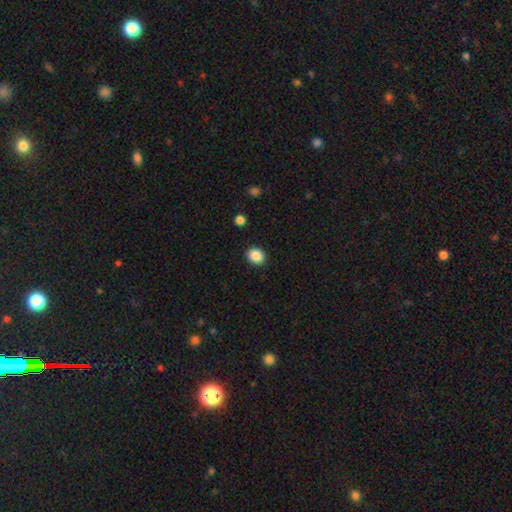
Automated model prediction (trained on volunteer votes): This appears to be a smooth galaxy with no disk features (88%) that is round (68%). Merging: none (91%).